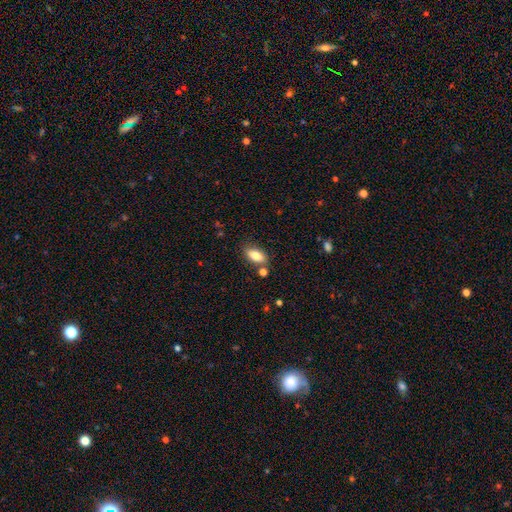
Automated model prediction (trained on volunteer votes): smooth_or_featured: smooth (p=0.80) [alt: featured or disk p=0.12]
how_rounded: in between (p=0.88) [alt: cigar-shaped p=0.08]
merging: none (p=0.77) [alt: minor disturbance p=0.13]